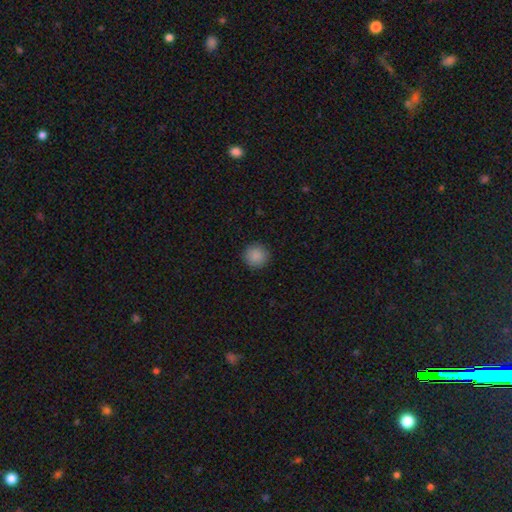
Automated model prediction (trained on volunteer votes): The model was most divided on "smooth or featured": smooth: 88%, star or artifact: 9%, featured or disk: 3%. More confident: how rounded — round (95%); merging — none (92%).